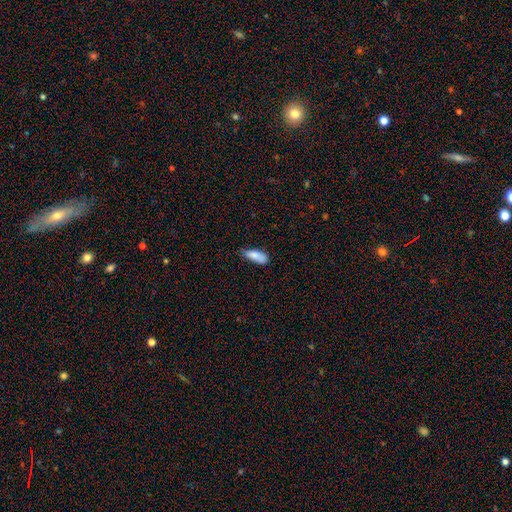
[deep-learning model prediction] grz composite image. It shows a smooth galaxy with no disk features (85%) that is in between round and cigar-shaped (74%). Merging: none (55%).